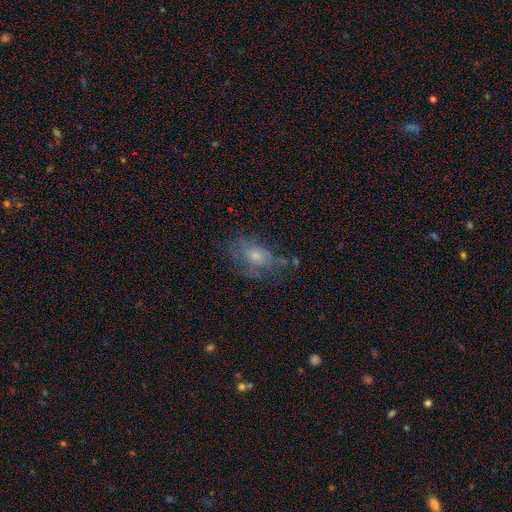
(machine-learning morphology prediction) Smooth or featured: smooth — 45% (featured or disk — 42%)
Merging: none — 52% (minor disturbance — 26%)